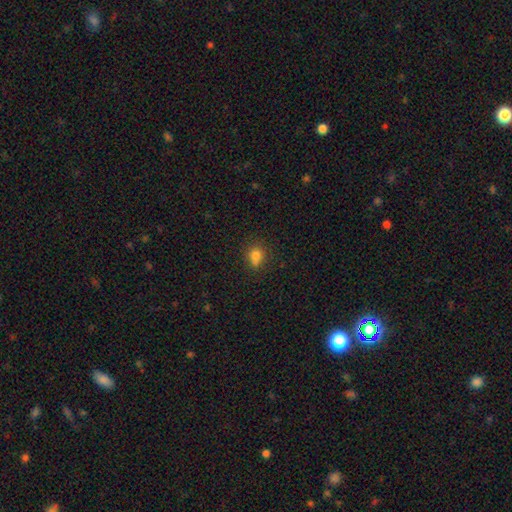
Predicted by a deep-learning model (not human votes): Q: Smooth or featured?
A: smooth (77%); runner-up: star or artifact (14%)
Q: How rounded?
A: round (76%); runner-up: in between (23%)
Q: Merging?
A: none (58%); runner-up: merger (19%)